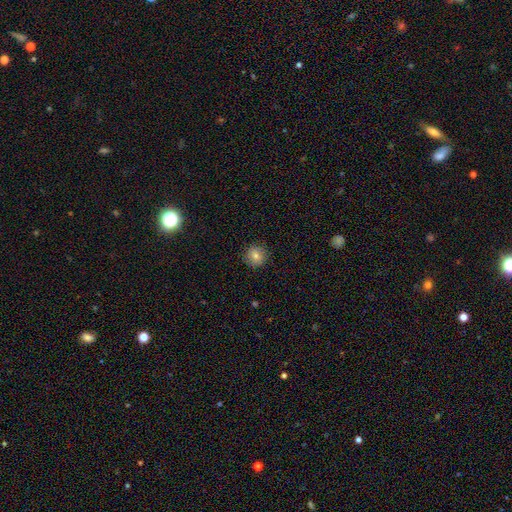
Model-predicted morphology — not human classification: Q: Smooth or featured?
A: smooth (73%); runner-up: featured or disk (15%)
Q: How rounded?
A: round (93%); runner-up: in between (6%)
Q: Merging?
A: none (87%); runner-up: minor disturbance (10%)